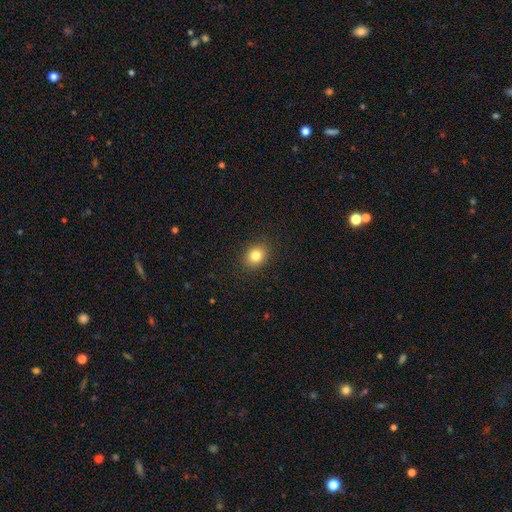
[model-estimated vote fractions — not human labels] A smooth galaxy with no disk features (82%) that is round (50%). Merging: none (90%).